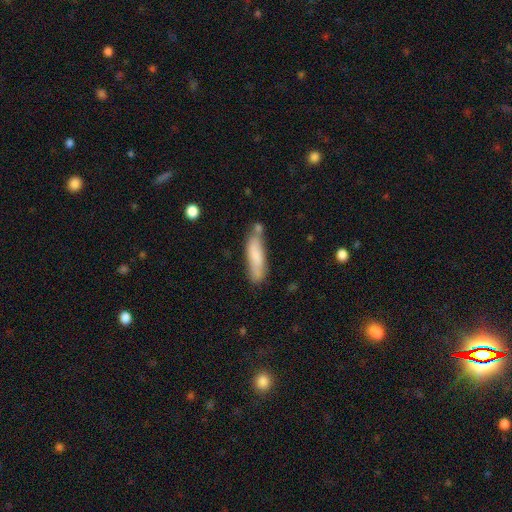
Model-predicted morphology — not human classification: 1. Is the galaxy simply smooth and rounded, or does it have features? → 75% smooth, 19% featured or disk, 6% star or artifact.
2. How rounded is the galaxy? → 70% cigar-shaped, 29% in between, 2% round.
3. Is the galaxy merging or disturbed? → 59% none, 22% minor disturbance, 14% merger, 6% major disturbance.